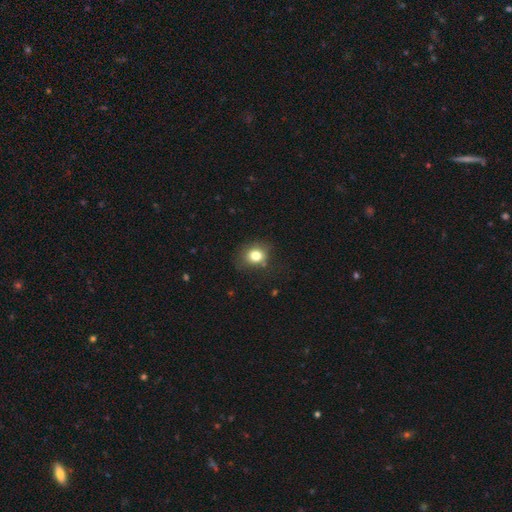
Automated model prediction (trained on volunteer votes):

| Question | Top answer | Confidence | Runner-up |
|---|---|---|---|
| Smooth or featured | smooth | 79% | star or artifact (12%) |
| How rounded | round | 65% | in between (34%) |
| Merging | none | 75% | minor disturbance (18%) |